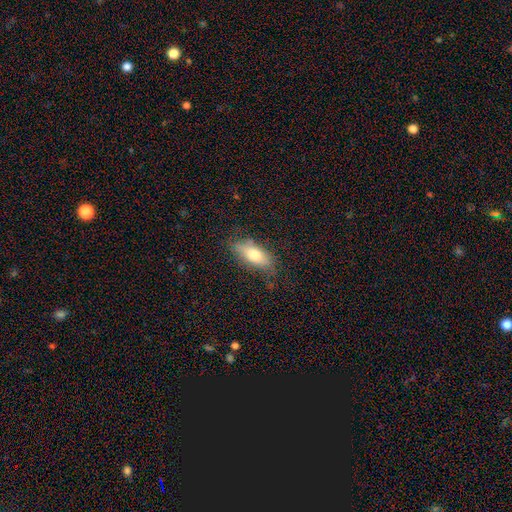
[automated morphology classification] smooth_or_featured: smooth (p=0.71) [alt: featured or disk p=0.22]
how_rounded: in between (p=0.78) [alt: cigar-shaped p=0.19]
merging: none (p=0.69) [alt: minor disturbance p=0.22]